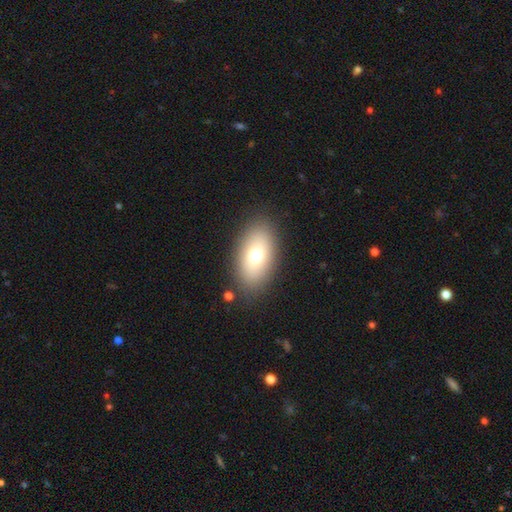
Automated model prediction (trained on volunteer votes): Overall: smooth (72%). How rounded: in between (90%). Merging: none (86%).